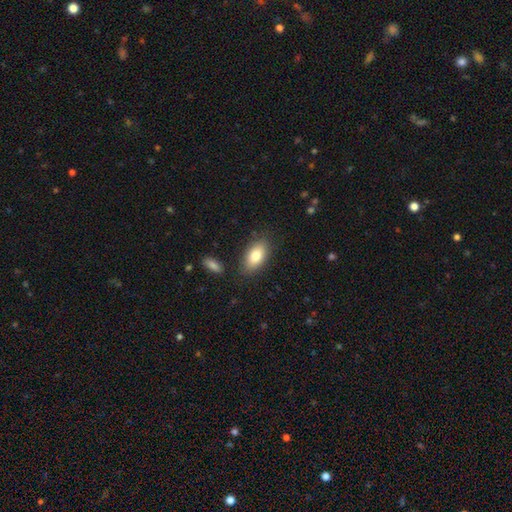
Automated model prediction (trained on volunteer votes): Q: Smooth or featured?
A: smooth (83%); runner-up: featured or disk (11%)
Q: How rounded?
A: in between (91%); runner-up: cigar-shaped (5%)
Q: Merging?
A: none (82%); runner-up: minor disturbance (12%)